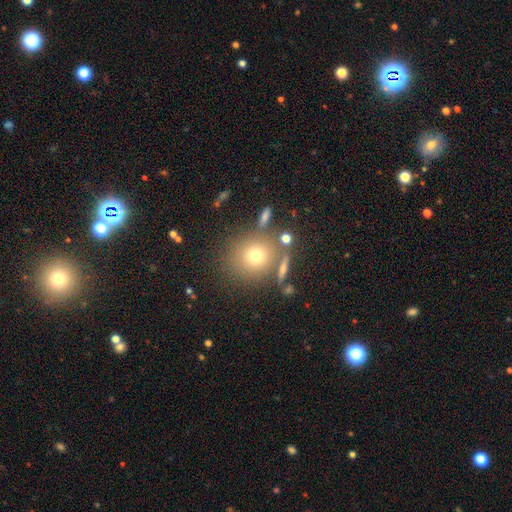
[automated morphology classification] This appears to be a smooth galaxy with no disk features (69%) that is round (83%). Merging: none (73%).